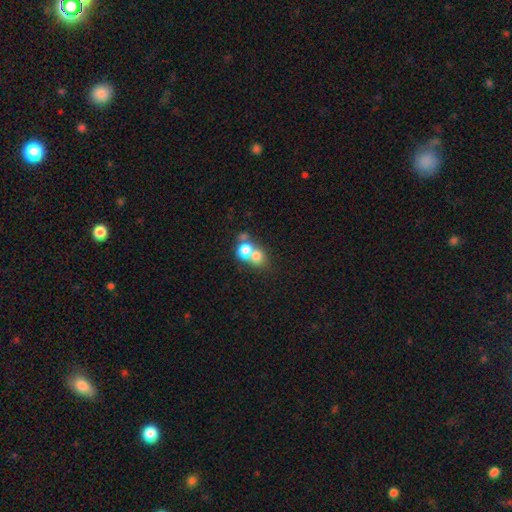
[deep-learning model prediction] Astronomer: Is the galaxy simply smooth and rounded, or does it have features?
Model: smooth — 71%.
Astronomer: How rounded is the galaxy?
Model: round — 69%.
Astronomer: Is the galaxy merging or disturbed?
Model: merger — 67%.